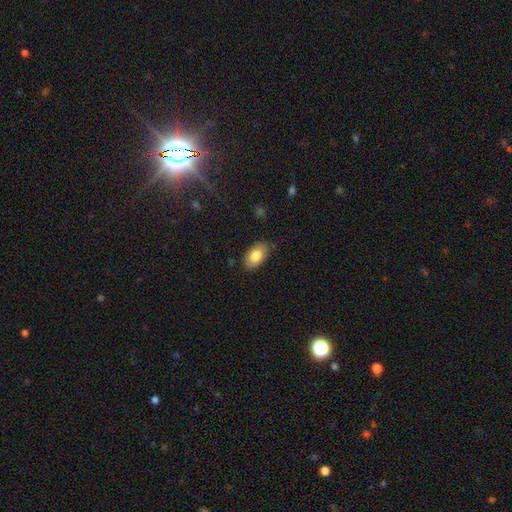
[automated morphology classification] Smooth or featured: smooth — 81% (featured or disk — 13%)
How rounded: in between — 93% (round — 5%)
Merging: none — 80% (minor disturbance — 16%)